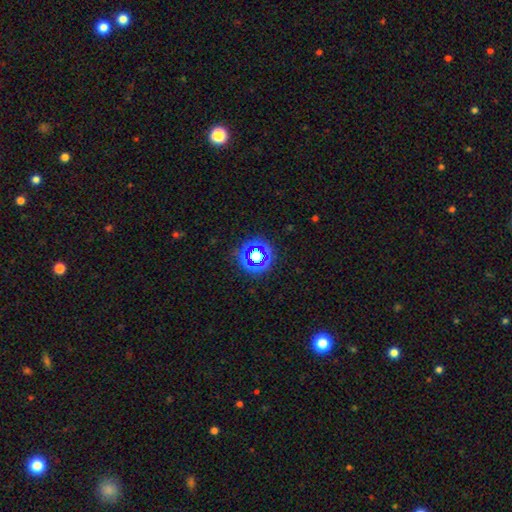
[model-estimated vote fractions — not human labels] This appears to be a star or artifact, not a galaxy (59%).